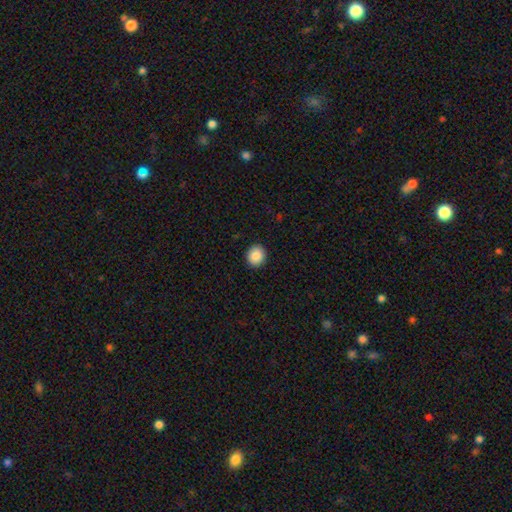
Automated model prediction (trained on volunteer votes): A smooth galaxy with no disk features (87%) that is round (80%).

Vote fractions:
- Smooth or featured? smooth: 87% / star or artifact: 8% / featured or disk: 5%
- How rounded? round: 80% / in between: 19% / cigar-shaped: 1%
- Merging? none: 92% / minor disturbance: 5% / major disturbance: 2% / merger: 1%